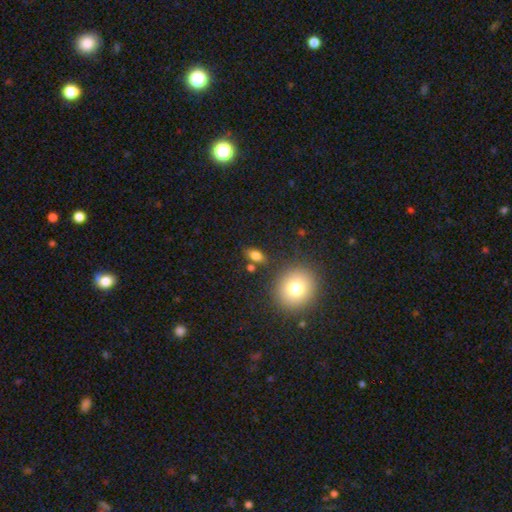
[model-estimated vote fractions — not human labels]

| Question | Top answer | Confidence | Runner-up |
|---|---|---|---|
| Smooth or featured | smooth | 78% | featured or disk (11%) |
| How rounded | in between | 77% | round (16%) |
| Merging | none | 78% | minor disturbance (12%) |